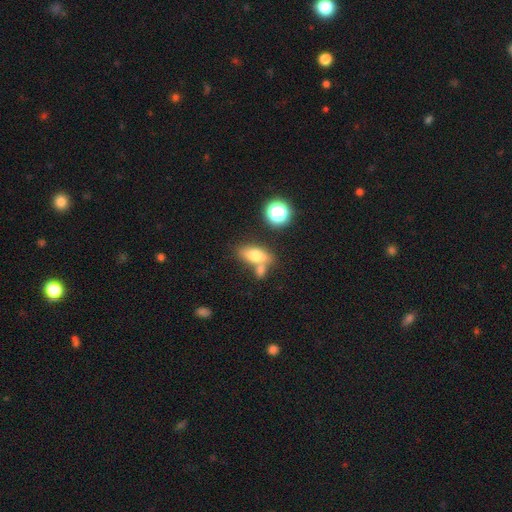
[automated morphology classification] smooth_or_featured: smooth (p=0.71) [alt: featured or disk p=0.18]
how_rounded: in between (p=0.77) [alt: cigar-shaped p=0.13]
merging: none (p=0.52) [alt: merger p=0.31]